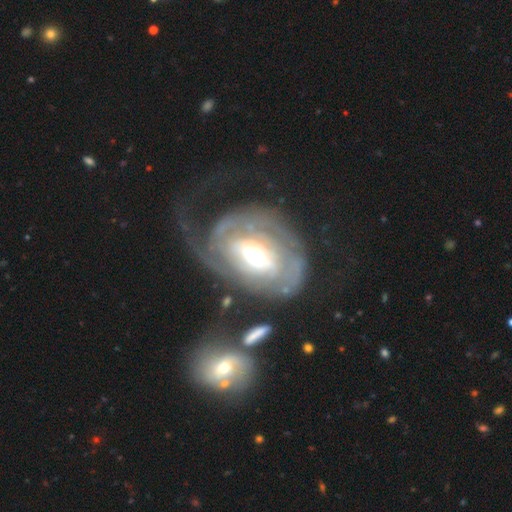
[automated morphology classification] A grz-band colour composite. It shows a featured or disk galaxy (85%) with a weak bar (42%), tight (62%) spiral arms (87%) and a moderate central bulge (65%). Merging: major disturbance (37%).